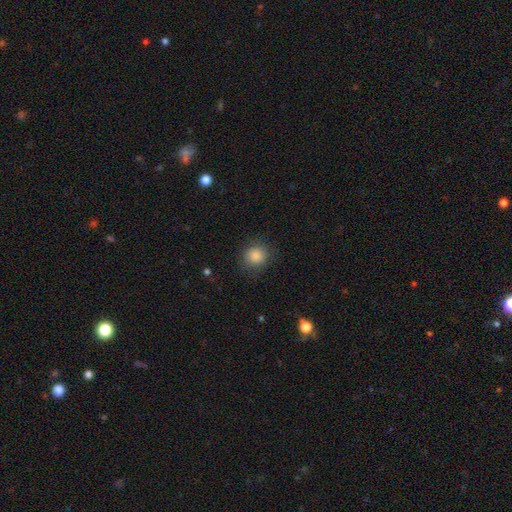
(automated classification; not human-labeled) smooth_or_featured: smooth (p=0.87) [alt: star or artifact p=0.09]
how_rounded: round (p=0.85) [alt: in between p=0.14]
merging: none (p=0.82) [alt: minor disturbance p=0.13]